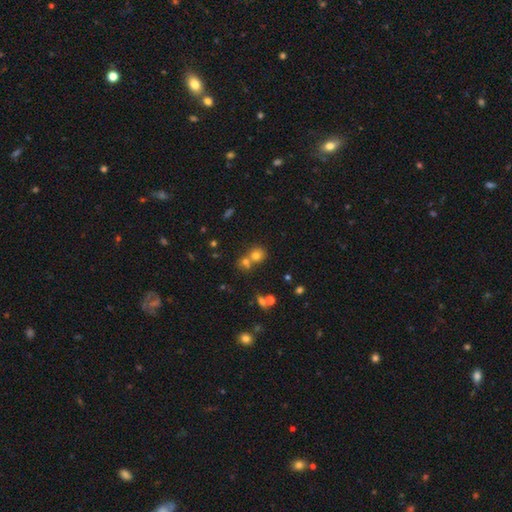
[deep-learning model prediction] A smooth galaxy with no disk features (69%) that is round (79%). Merging: merger (48%).